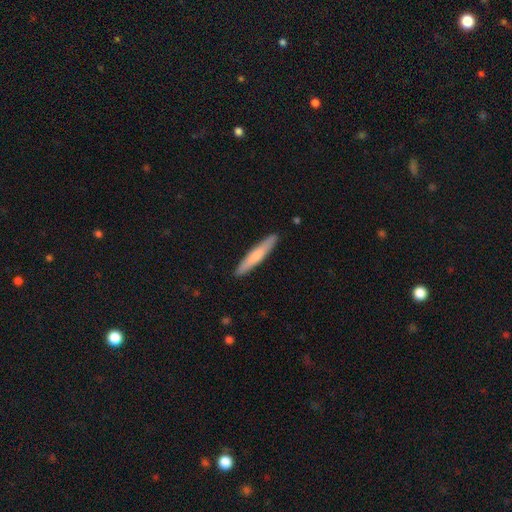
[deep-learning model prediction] This appears to be a smooth galaxy with no disk features (69%) that is cigar-shaped (93%). Merging: none (91%).